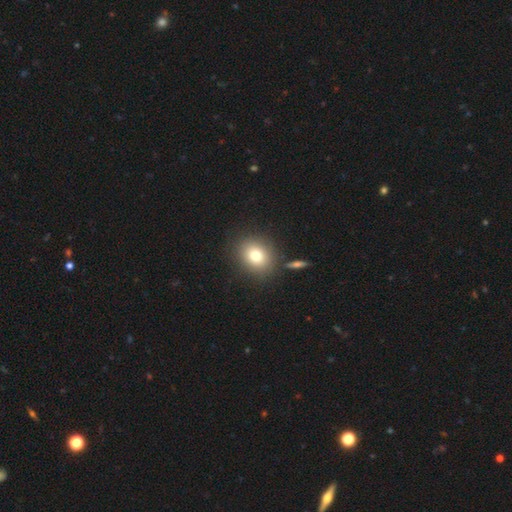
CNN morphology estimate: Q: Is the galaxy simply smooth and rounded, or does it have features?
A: smooth — 77%.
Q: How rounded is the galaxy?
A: round — 66%.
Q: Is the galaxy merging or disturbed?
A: none — 84%.